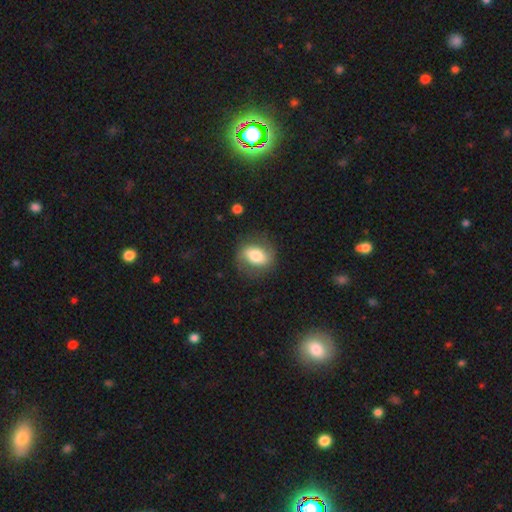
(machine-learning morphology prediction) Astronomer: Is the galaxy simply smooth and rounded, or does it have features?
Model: smooth — 63%.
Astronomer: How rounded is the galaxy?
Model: in between — 69%.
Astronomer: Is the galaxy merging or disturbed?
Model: none — 76%.